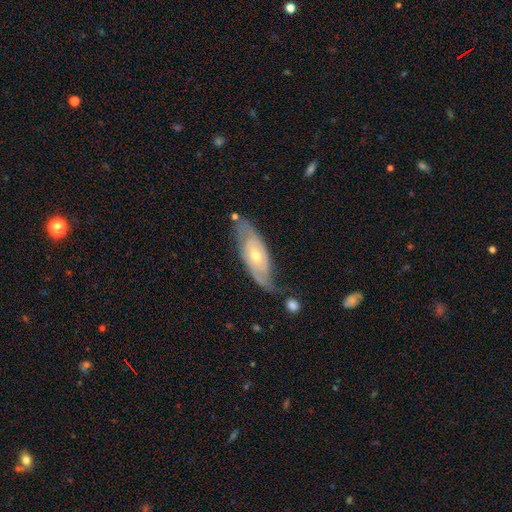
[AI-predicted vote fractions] This is likely a featured or disk galaxy (76%). It is clearly not viewed edge-on (85%). Bar: likely no (70%). Spiral arm pattern: clearly yes (85%). Spiral arm count: likely 2 (66%). Spiral winding: possibly tight (46%). Central bulge: possibly moderate (49%). Merging: likely none (61%).